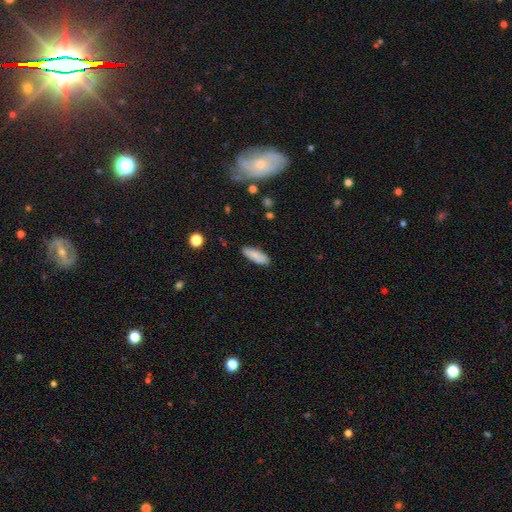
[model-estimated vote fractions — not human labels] The model was most divided on "how rounded": in between: 65%, cigar-shaped: 33%, round: 2%. More confident: merging — none (87%); smooth or featured — smooth (84%).